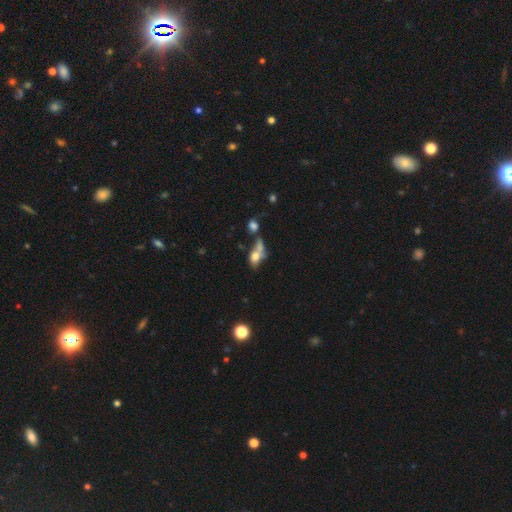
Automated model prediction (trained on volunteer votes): Smooth or featured? Predicted: smooth (p=0.62). How rounded? Predicted: in between (p=0.69). Merging? Predicted: merger (p=0.52).